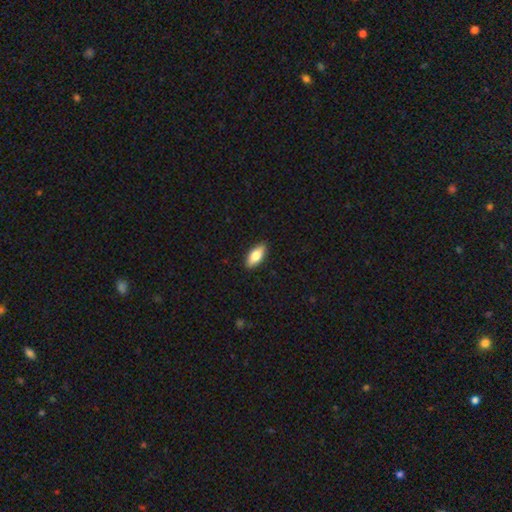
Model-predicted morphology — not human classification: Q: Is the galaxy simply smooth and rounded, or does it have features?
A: smooth — 75%.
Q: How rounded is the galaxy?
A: in between — 82%.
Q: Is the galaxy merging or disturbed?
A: none — 89%.